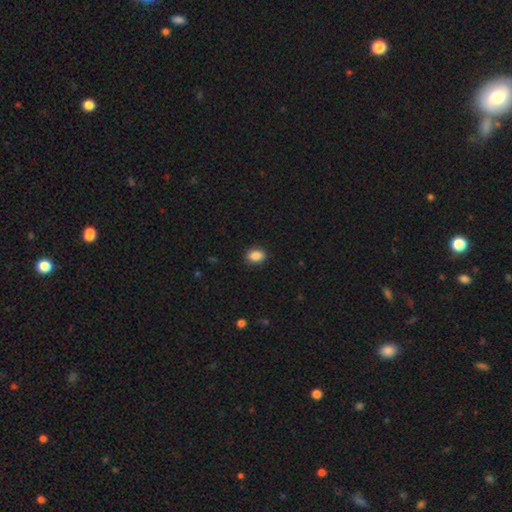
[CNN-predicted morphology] Smooth or featured: smooth — 88% (star or artifact — 8%)
How rounded: in between — 77% (round — 22%)
Merging: none — 88% (minor disturbance — 9%)